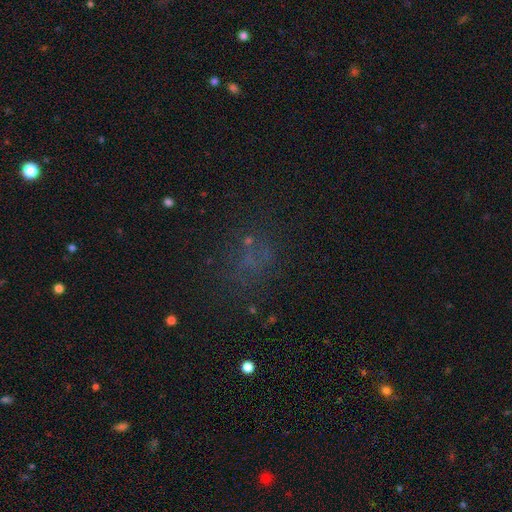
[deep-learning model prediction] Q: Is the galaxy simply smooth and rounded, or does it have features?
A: star or artifact — 43%.